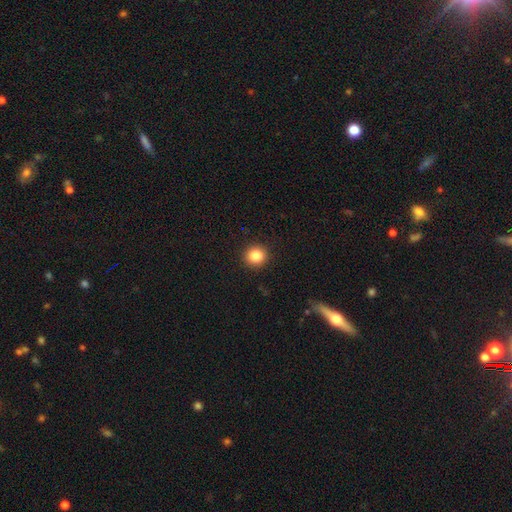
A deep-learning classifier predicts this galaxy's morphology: Smooth or featured: smooth — 85% (star or artifact — 10%)
How rounded: round — 90% (in between — 9%)
Merging: none — 91% (minor disturbance — 6%)